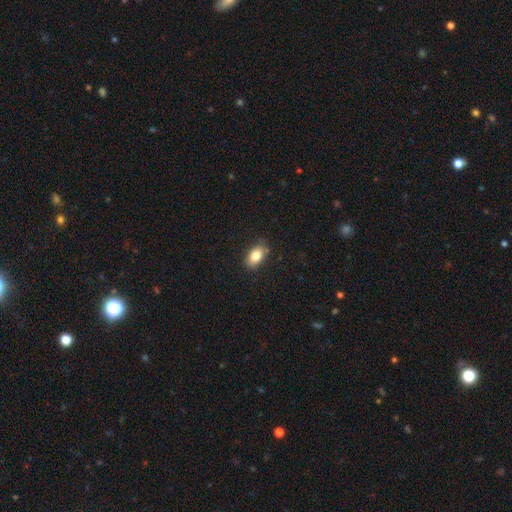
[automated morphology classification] This is clearly a smooth galaxy (82%). How rounded: clearly in between (88%). Merging: clearly none (82%).